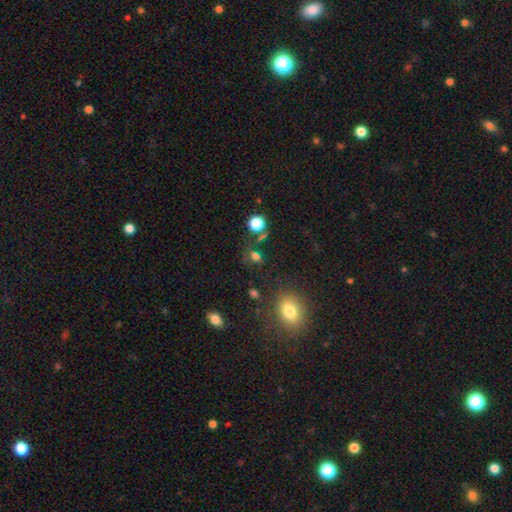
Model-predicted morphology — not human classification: This is likely a smooth galaxy (65%). How rounded: possibly round (54%). Merging: likely none (64%).